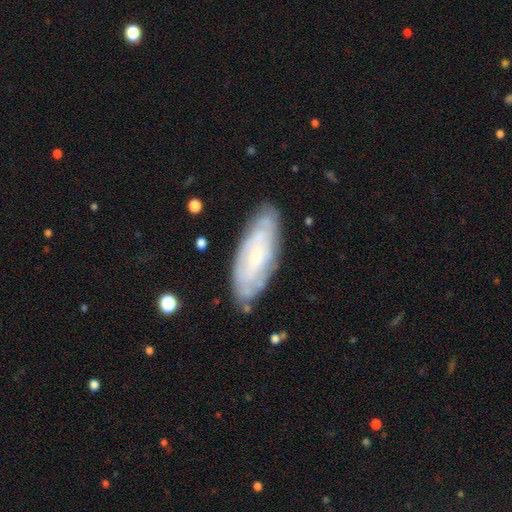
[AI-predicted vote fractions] Smooth or featured? Predicted: featured or disk (p=0.64). Edge-on disk? Predicted: no (p=0.86). Bar? Predicted: no (p=0.70). Spiral arms? Predicted: yes (p=0.78). Bulge size? Predicted: small (p=0.71). Merging? Predicted: none (p=0.78).